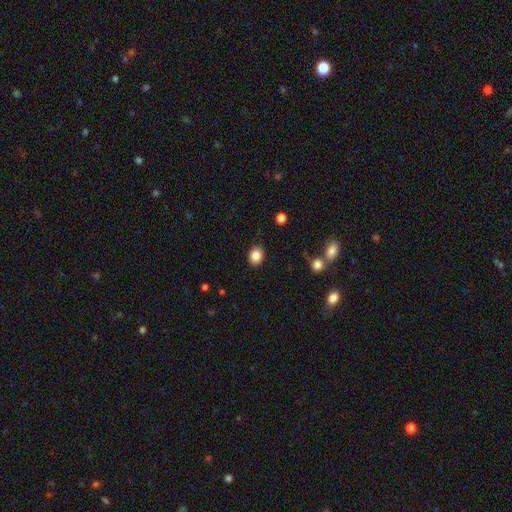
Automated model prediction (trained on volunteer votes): This is clearly a smooth galaxy (84%). How rounded: possibly in between (53%). Merging: clearly none (88%).